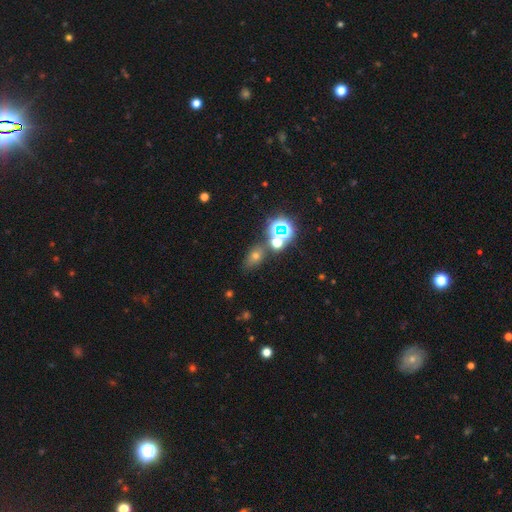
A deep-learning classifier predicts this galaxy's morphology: This appears to be a smooth galaxy with no disk features (46%). Merging: none (71%).